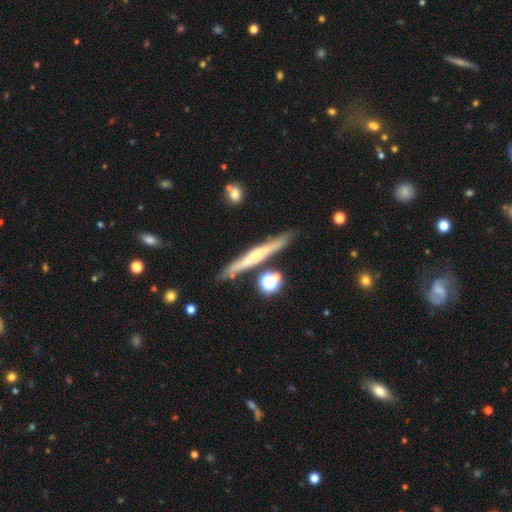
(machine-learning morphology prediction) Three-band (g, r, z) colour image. It shows a featured or disk galaxy (65%) viewed edge-on (97%) with a rounded central bulge (57%). Merging: none (86%).